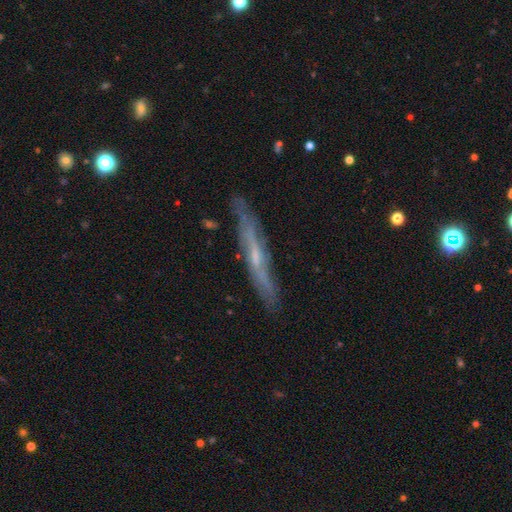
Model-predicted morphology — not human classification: The model was most divided on "edge-on bulge": none: 51%, rounded: 44%, boxy: 5%. More confident: edge-on disk — yes (86%); merging — none (83%); smooth or featured — featured or disk (66%).